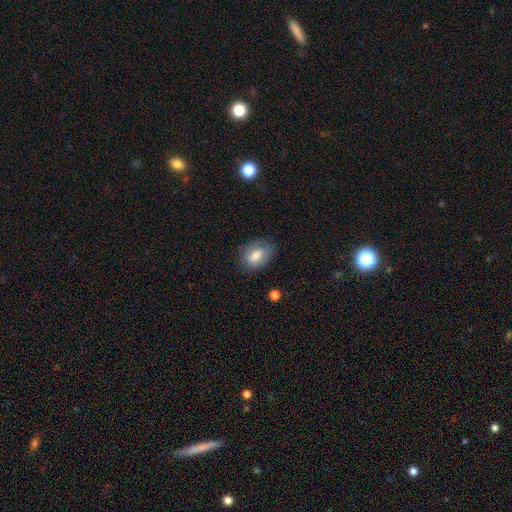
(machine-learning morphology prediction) Smooth or featured? smooth (76%)
How rounded? in between (83%)
Merging? none (74%)